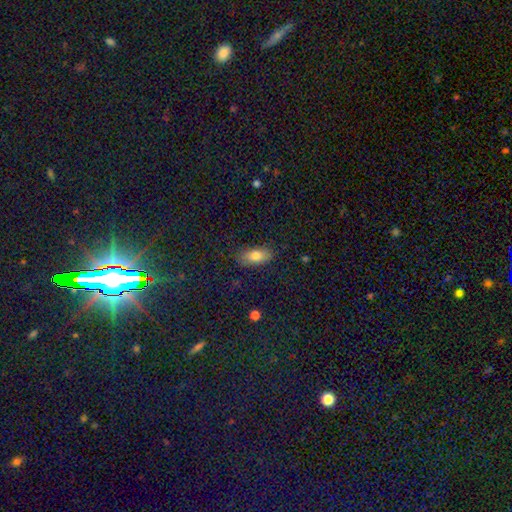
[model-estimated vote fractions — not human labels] Smooth or featured?
  - smooth: 79% *
  - featured or disk: 13%
  - star or artifact: 8%
How rounded?
  - in between: 86% *
  - cigar-shaped: 11%
  - round: 4%
Merging?
  - none: 85% *
  - minor disturbance: 11%
  - major disturbance: 3%
  - merger: 1%